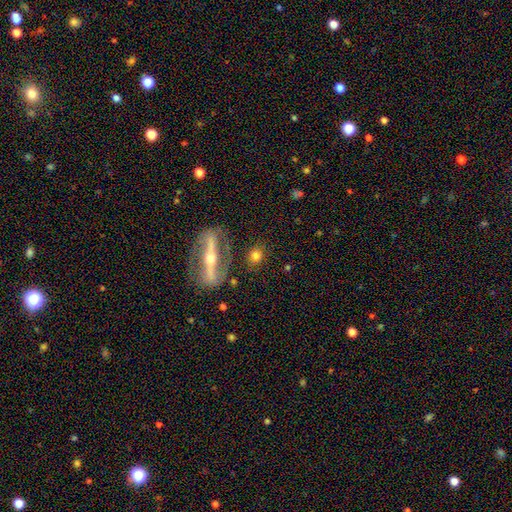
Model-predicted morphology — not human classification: The model was most divided on "smooth or featured": smooth: 54%, featured or disk: 37%, star or artifact: 9%. More confident: merging — none (84%); how rounded — round (69%).